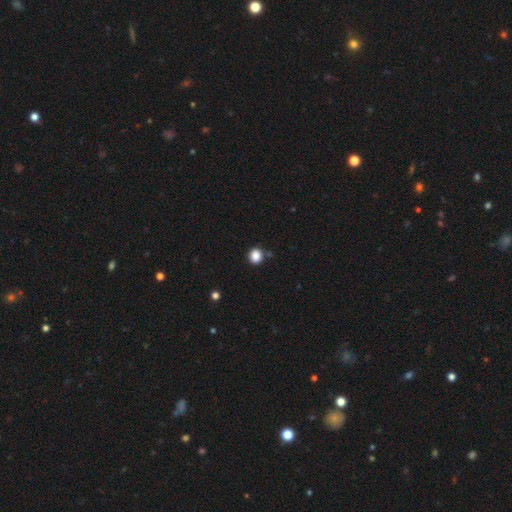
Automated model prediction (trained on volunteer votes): Smooth or featured? Predicted: smooth (p=0.86). How rounded? Predicted: round (p=0.71). Merging? Predicted: none (p=0.83).